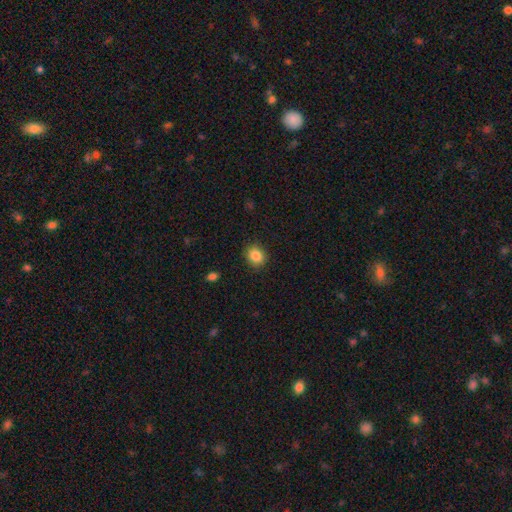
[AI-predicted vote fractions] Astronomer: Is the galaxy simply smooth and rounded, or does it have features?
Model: smooth — 86%.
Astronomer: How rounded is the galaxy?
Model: round — 62%.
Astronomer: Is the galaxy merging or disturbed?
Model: none — 87%.